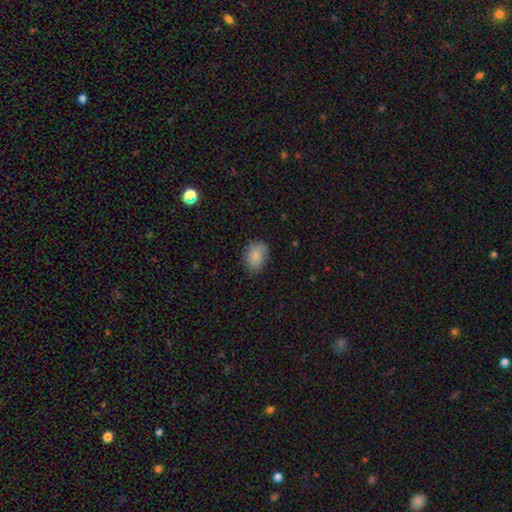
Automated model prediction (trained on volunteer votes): This is clearly a smooth galaxy (86%). How rounded: likely in between (74%). Merging: likely none (80%).